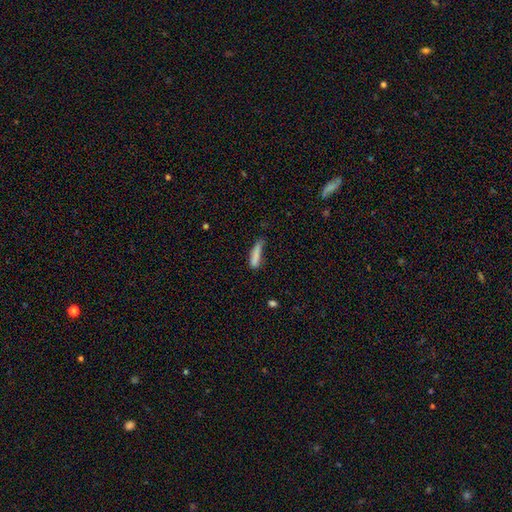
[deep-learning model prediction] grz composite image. It shows a smooth galaxy with no disk features (81%) that is cigar-shaped (82%). Merging: none (56%).